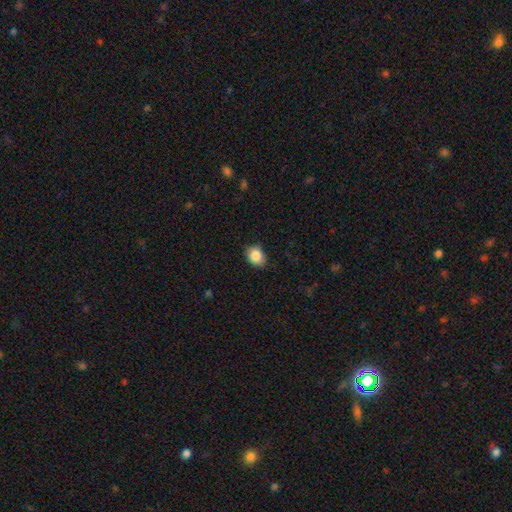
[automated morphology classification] Overall: smooth (87%). How rounded: in between (61%; round 38%). Merging: none (82%).